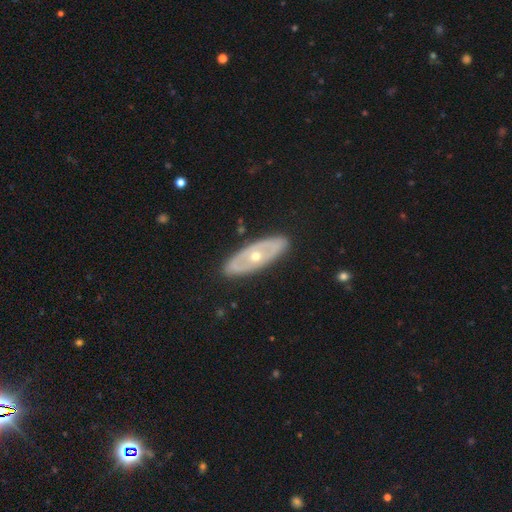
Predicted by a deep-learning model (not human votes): A featured or disk galaxy (66%).

Vote fractions:
- Smooth or featured? featured or disk: 66% / smooth: 29% / star or artifact: 5%
- Edge-on disk? no: 76% / yes: 24%
- Merging? none: 87% / minor disturbance: 9% / major disturbance: 2% / merger: 1%